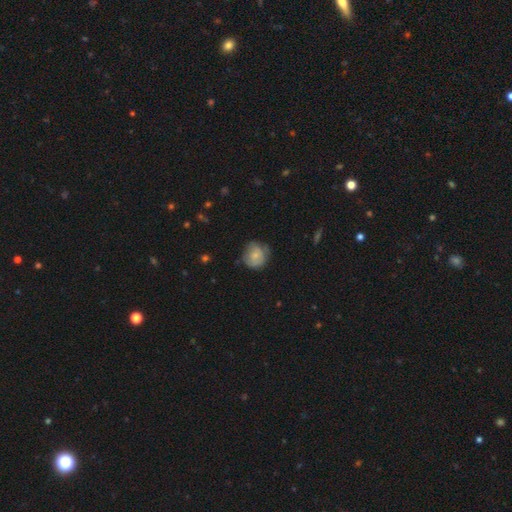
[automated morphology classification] Smooth or featured?
  - smooth: 61% *
  - featured or disk: 31%
  - star or artifact: 8%
How rounded?
  - round: 80% *
  - in between: 19%
  - cigar-shaped: 1%
Merging?
  - none: 59% *
  - minor disturbance: 30%
  - major disturbance: 10%
  - merger: 2%